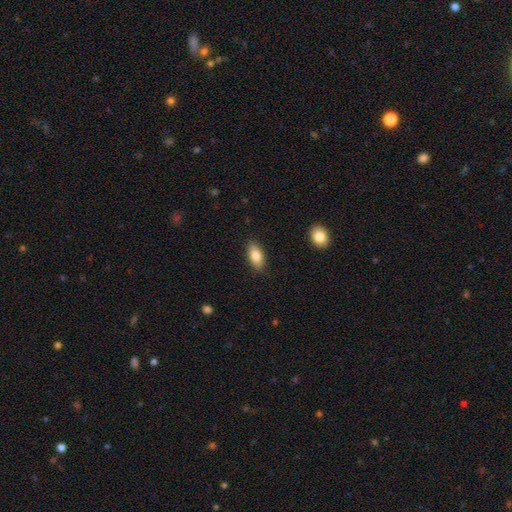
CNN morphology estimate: A smooth galaxy with no disk features (82%) that is in between round and cigar-shaped (87%).

Vote fractions:
- Smooth or featured? smooth: 82% / featured or disk: 11% / star or artifact: 7%
- How rounded? in between: 87% / cigar-shaped: 9% / round: 4%
- Merging? none: 87% / minor disturbance: 9% / major disturbance: 2% / merger: 1%